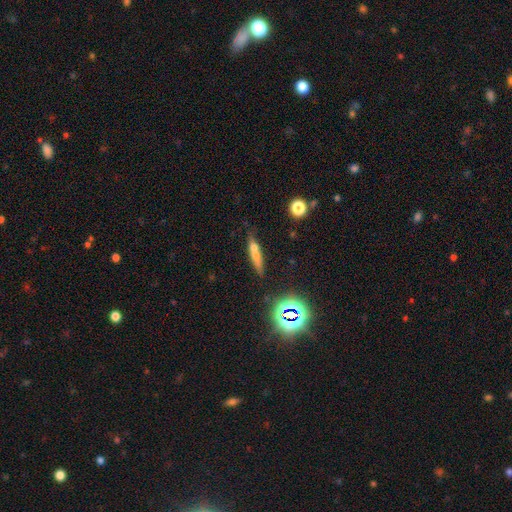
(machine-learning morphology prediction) A smooth galaxy with no disk features (54%) that is cigar-shaped (73%).

Vote fractions:
- Smooth or featured? smooth: 54% / featured or disk: 29% / star or artifact: 17%
- How rounded? cigar-shaped: 73% / in between: 21% / round: 6%
- Merging? none: 56% / merger: 24% / minor disturbance: 14% / major disturbance: 6%